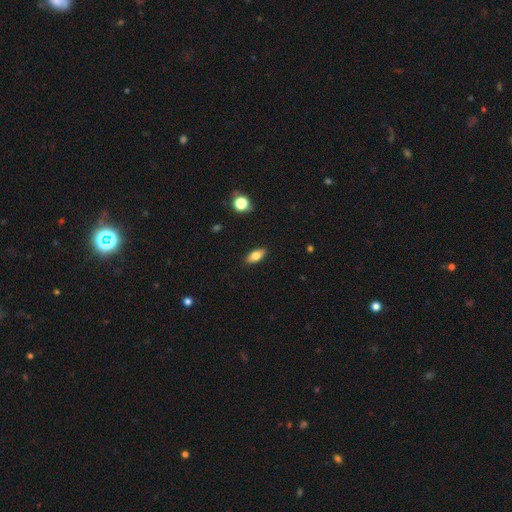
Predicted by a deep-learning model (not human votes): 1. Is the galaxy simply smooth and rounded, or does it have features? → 76% smooth, 16% featured or disk, 8% star or artifact.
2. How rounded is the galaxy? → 85% in between, 12% cigar-shaped, 4% round.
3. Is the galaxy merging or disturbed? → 88% none, 9% minor disturbance, 2% major disturbance, 1% merger.